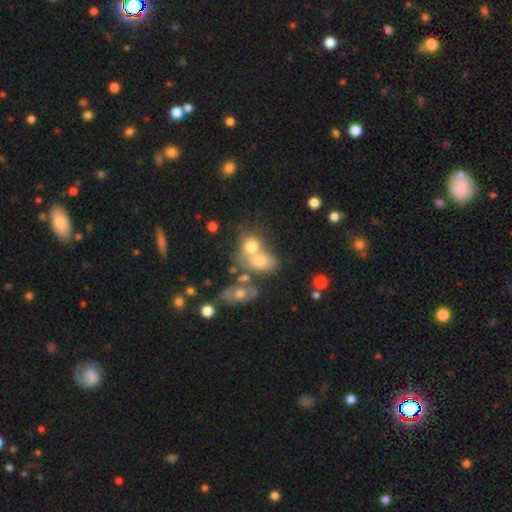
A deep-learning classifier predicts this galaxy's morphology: Smooth or featured?
  - smooth: 59% *
  - featured or disk: 23%
  - star or artifact: 18%
How rounded?
  - round: 52% *
  - in between: 46%
  - cigar-shaped: 2%
Merging?
  - merger: 56% *
  - none: 30%
  - minor disturbance: 9%
  - major disturbance: 6%